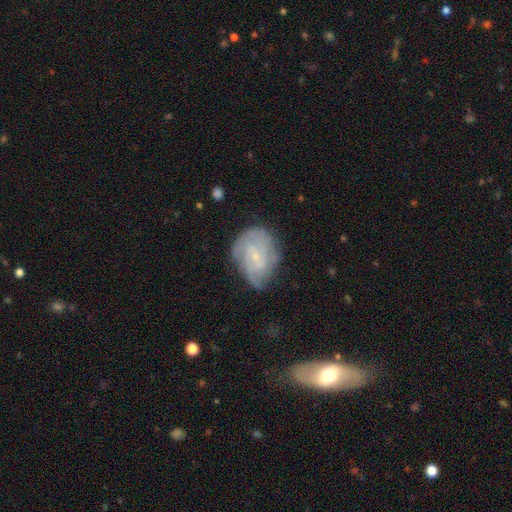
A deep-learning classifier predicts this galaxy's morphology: This appears to be a featured or disk galaxy (68%) with no bar (49%), tight (53%) spiral arms (86%) and a small central bulge (75%). Merging: none (58%).